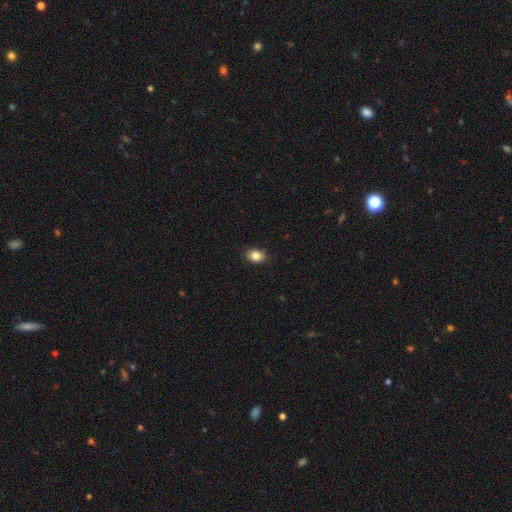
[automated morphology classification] The model was most divided on "how rounded": in between: 70%, round: 29%, cigar-shaped: 1%. More confident: merging — none (88%); smooth or featured — smooth (84%).